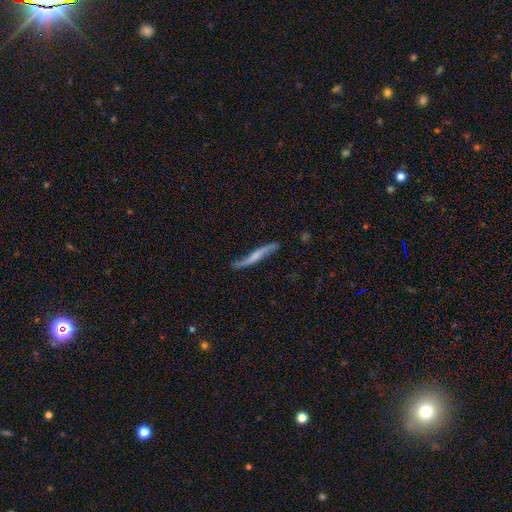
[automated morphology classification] A featured or disk galaxy (59%) viewed edge-on (63%). Merging: none (65%).